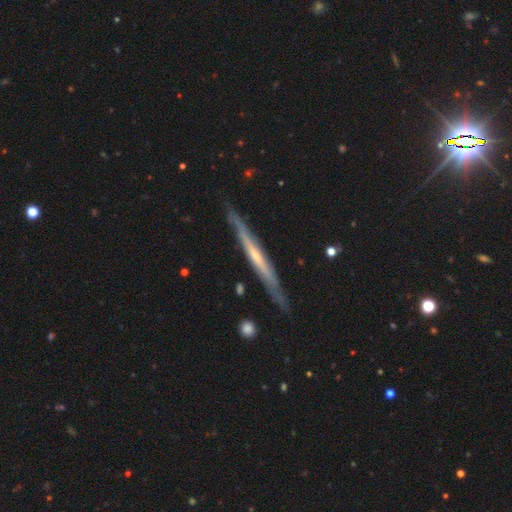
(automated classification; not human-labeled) Morphology: type=featured or disk (74%); edge-on=yes (94%); edge-on bulge=none (55%); merging=none (83%).